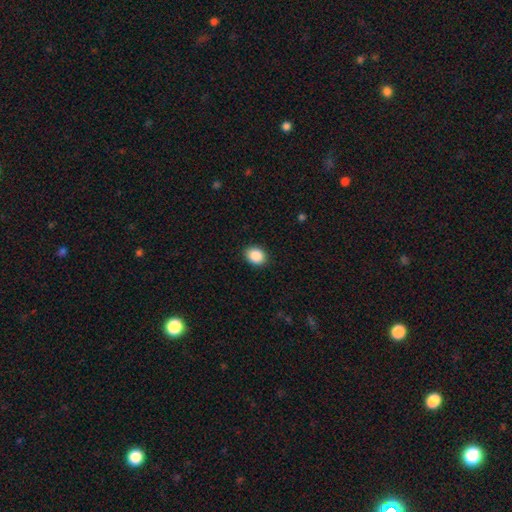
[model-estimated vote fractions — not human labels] Smooth or featured? smooth (89%)
How rounded? in between (51%)
Merging? none (90%)